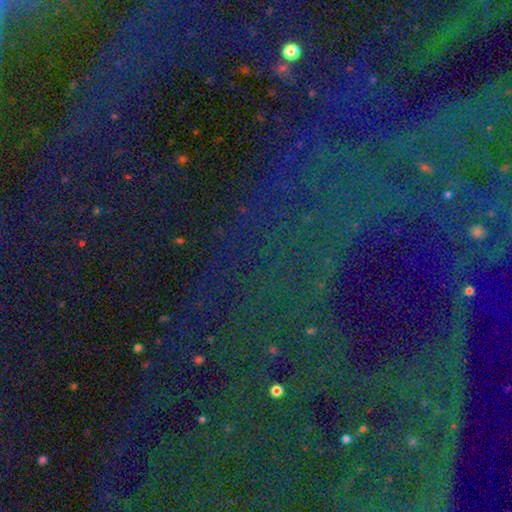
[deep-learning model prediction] Q: Smooth or featured?
A: star or artifact (83%); runner-up: smooth (8%)